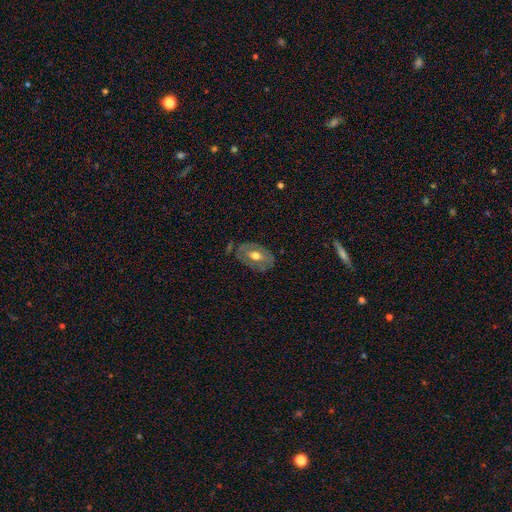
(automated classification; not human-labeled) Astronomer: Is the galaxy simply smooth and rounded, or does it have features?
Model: featured or disk — 53% (runner-up: smooth, 41%).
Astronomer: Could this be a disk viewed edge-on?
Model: no — 89%.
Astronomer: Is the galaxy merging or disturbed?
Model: none — 72%.